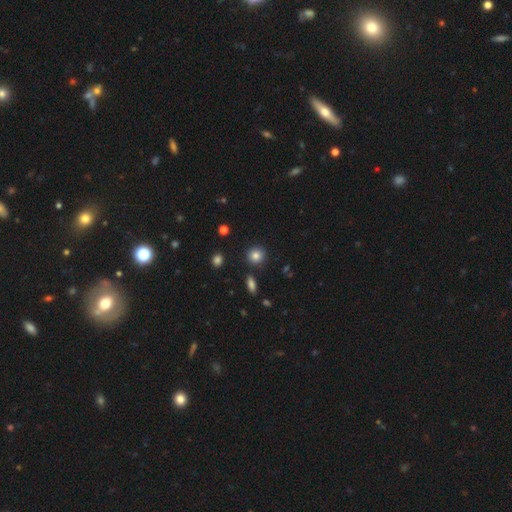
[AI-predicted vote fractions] Smooth or featured? Predicted: smooth (p=0.82). How rounded? Predicted: round (p=0.90). Merging? Predicted: none (p=0.88).